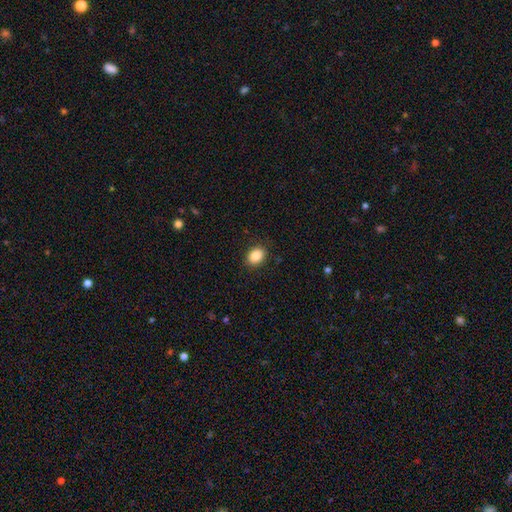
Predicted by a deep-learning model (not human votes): Smooth or featured? Predicted: smooth (p=0.87). How rounded? Predicted: in between (p=0.66). Merging? Predicted: none (p=0.88).